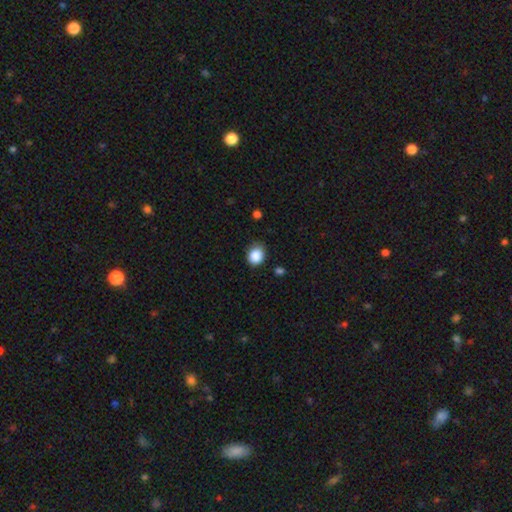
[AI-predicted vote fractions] The model was most divided on "how rounded": round: 67%, in between: 32%, cigar-shaped: 1%. More confident: smooth or featured — smooth (87%); merging — none (72%).